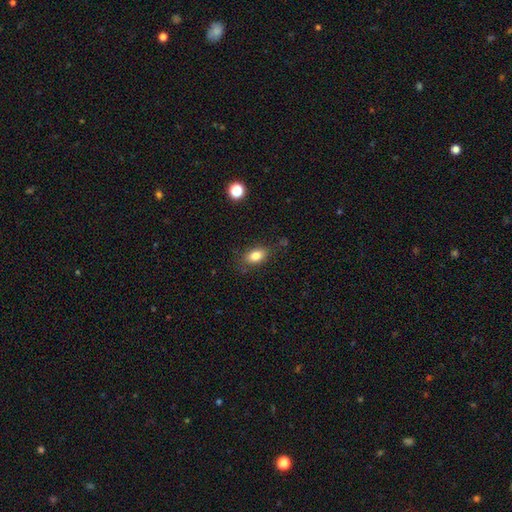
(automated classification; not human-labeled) Overall: smooth (82%). How rounded: in between (84%). Merging: none (77%).